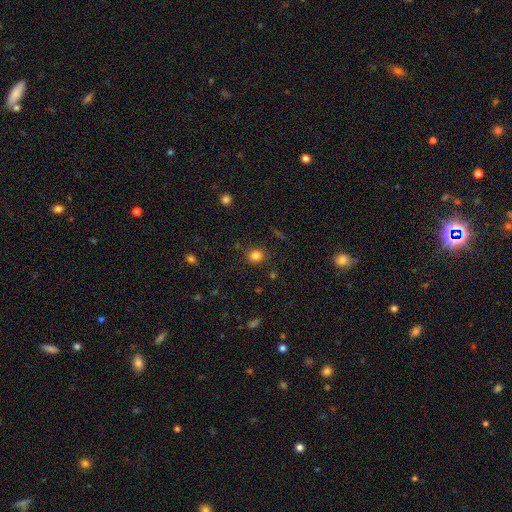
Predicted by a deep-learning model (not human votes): smooth-or-featured: smooth: 81% | star or artifact: 14% | featured or disk: 5%
  how-rounded: round: 79% | in between: 20% | cigar-shaped: 1%
  merging: none: 84% | minor disturbance: 11% | major disturbance: 3% | merger: 2%